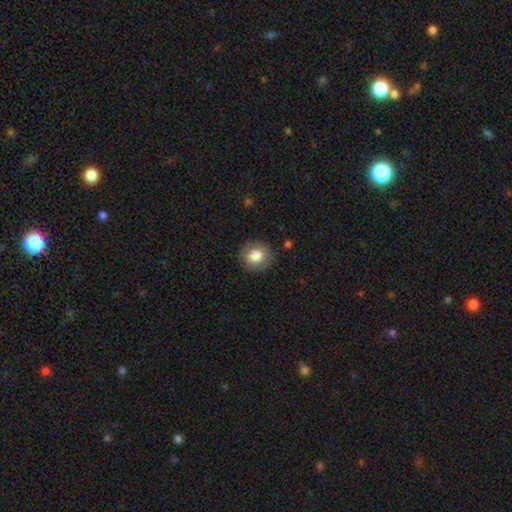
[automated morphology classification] type=smooth (79%); roundness=round (81%); merging=none (85%).